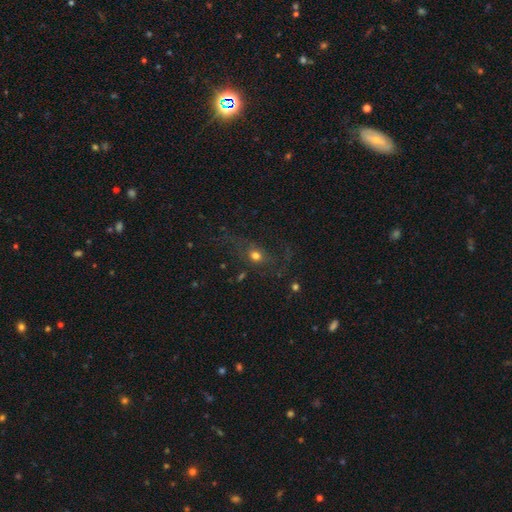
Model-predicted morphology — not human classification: smooth-or-featured: smooth: 49% | featured or disk: 33% | star or artifact: 18%
  merging: none: 52% | major disturbance: 26% | minor disturbance: 19% | merger: 3%